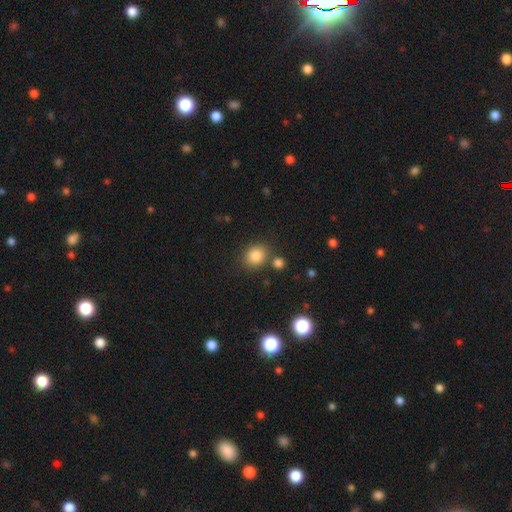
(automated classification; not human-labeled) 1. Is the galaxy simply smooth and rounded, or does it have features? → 85% smooth, 10% star or artifact, 5% featured or disk.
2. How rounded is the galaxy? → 69% round, 30% in between, 1% cigar-shaped.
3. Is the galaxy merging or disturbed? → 74% none, 11% merger, 11% minor disturbance, 4% major disturbance.